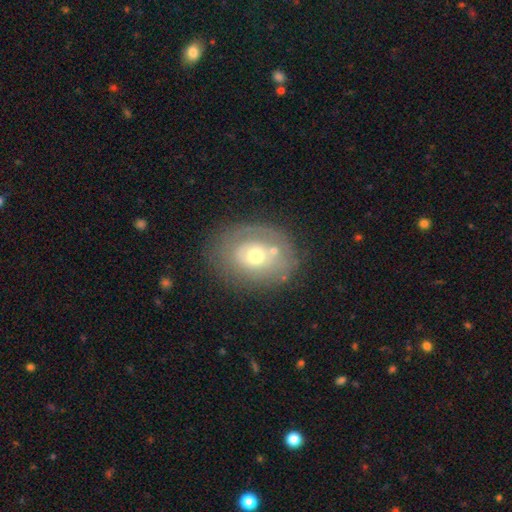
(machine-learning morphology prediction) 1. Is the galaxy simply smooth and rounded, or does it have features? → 46% smooth, 45% featured or disk, 9% star or artifact.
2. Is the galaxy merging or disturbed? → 62% none, 20% minor disturbance, 10% major disturbance, 8% merger.